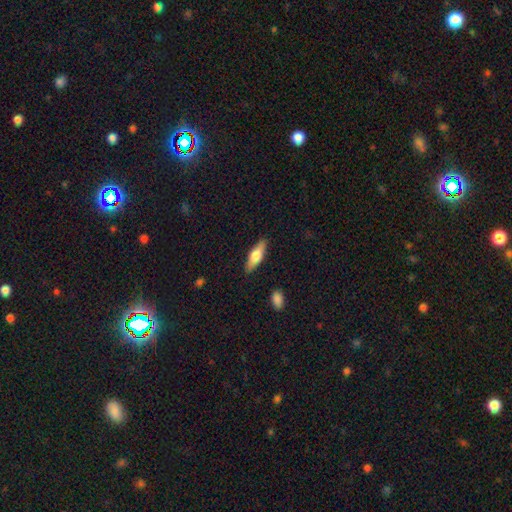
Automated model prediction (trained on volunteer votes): smooth-or-featured: smooth: 57% | featured or disk: 37% | star or artifact: 6%
  how-rounded: in between: 49% | cigar-shaped: 48% | round: 2%
  merging: none: 87% | minor disturbance: 10% | major disturbance: 2% | merger: 1%